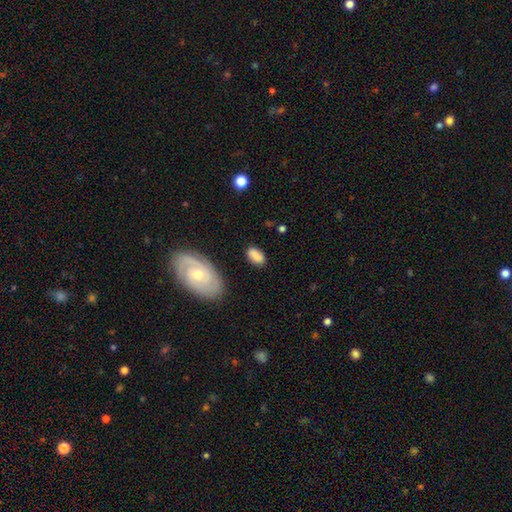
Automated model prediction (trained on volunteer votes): Smooth or featured: smooth — 78% (featured or disk — 14%)
How rounded: in between — 91% (round — 5%)
Merging: none — 77% (minor disturbance — 16%)